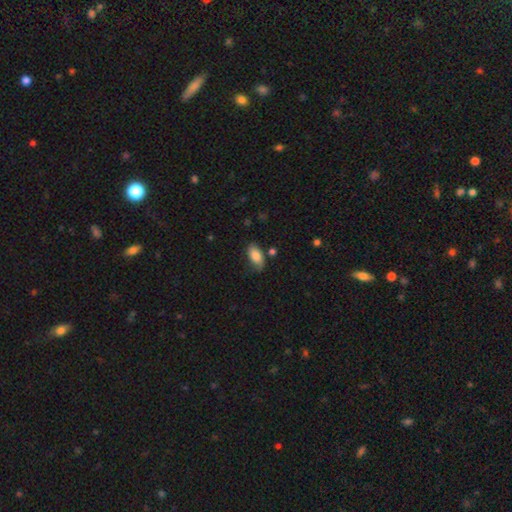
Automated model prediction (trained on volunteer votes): smooth_or_featured: smooth (p=0.83) [alt: featured or disk p=0.10]
how_rounded: in between (p=0.92) [alt: cigar-shaped p=0.05]
merging: none (p=0.62) [alt: minor disturbance p=0.27]